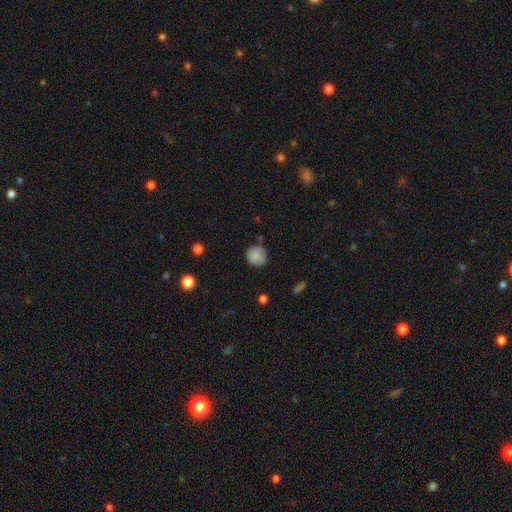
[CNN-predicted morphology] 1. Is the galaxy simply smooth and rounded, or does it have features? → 82% smooth, 10% featured or disk, 8% star or artifact.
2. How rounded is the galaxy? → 86% round, 13% in between, 1% cigar-shaped.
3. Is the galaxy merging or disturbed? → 73% none, 19% minor disturbance, 5% major disturbance, 3% merger.